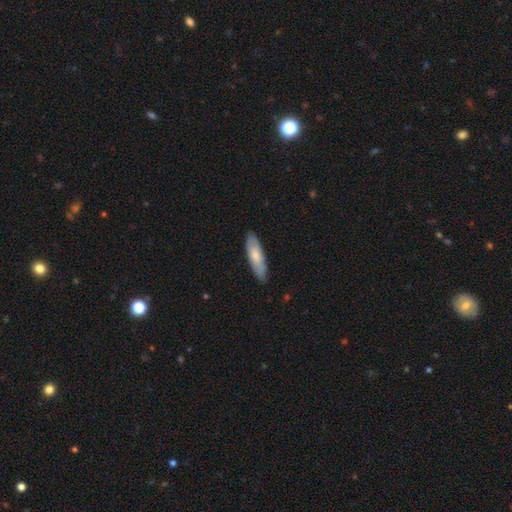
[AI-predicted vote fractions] Overall: smooth (68%). How rounded: cigar-shaped (59%; in between 39%). Merging: none (85%).